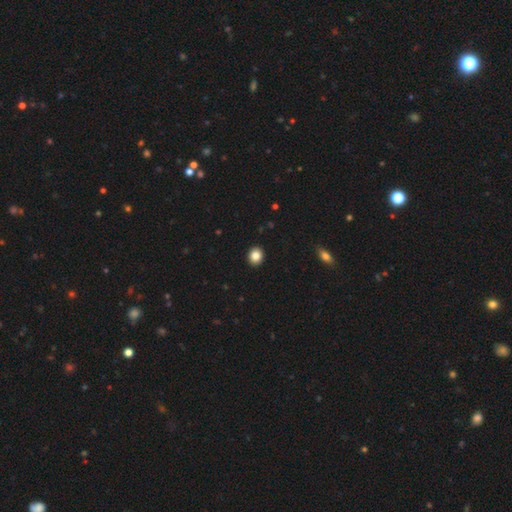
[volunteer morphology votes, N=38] Smooth or featured?
  - smooth: 87% *
  - featured or disk: 8%
  - star or artifact: 5%
How rounded?
  - round: 70% *
  - in between: 30%
  - cigar-shaped: 0%
Merging?
  - none: 92% *
  - minor disturbance: 6%
  - merger: 3%
  - major disturbance: 0%